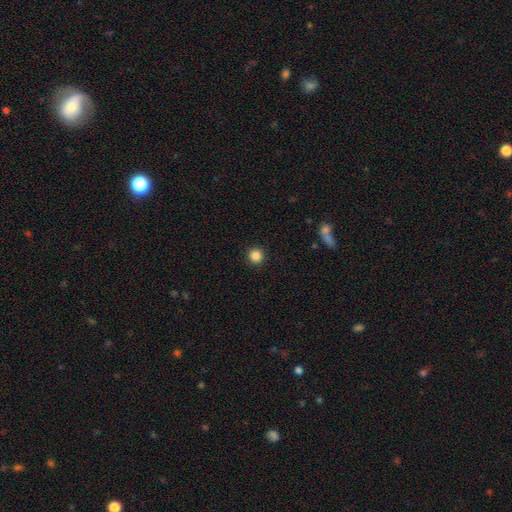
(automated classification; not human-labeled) smooth-or-featured: smooth: 86% | star or artifact: 11% | featured or disk: 3%
  how-rounded: round: 95% | in between: 4% | cigar-shaped: 1%
  merging: none: 93% | minor disturbance: 5% | major disturbance: 2% | merger: 1%